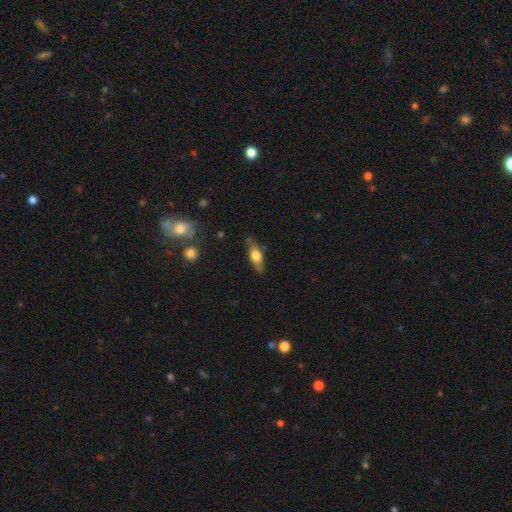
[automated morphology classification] Overall: smooth (59%; featured or disk 35%). How rounded: in between (65%; cigar-shaped 32%). Merging: none (75%).